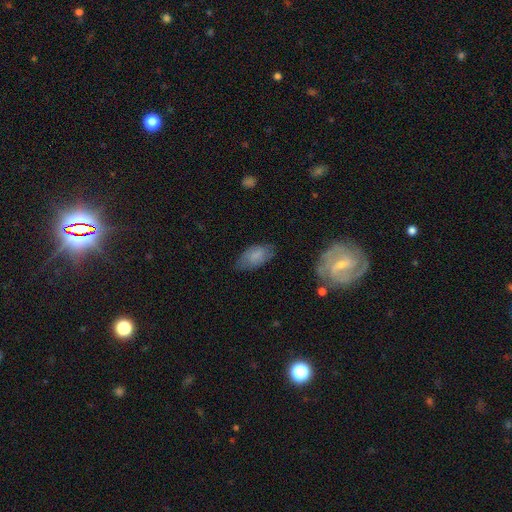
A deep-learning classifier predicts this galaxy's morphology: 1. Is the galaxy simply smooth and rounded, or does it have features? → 73% smooth, 19% featured or disk, 8% star or artifact.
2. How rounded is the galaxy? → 93% in between, 4% cigar-shaped, 4% round.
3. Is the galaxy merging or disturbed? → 67% none, 25% minor disturbance, 7% major disturbance, 2% merger.